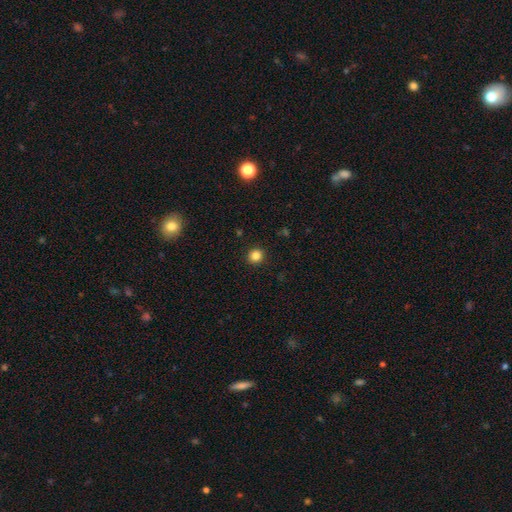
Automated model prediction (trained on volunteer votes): Overall: smooth (83%). How rounded: round (93%). Merging: none (92%).